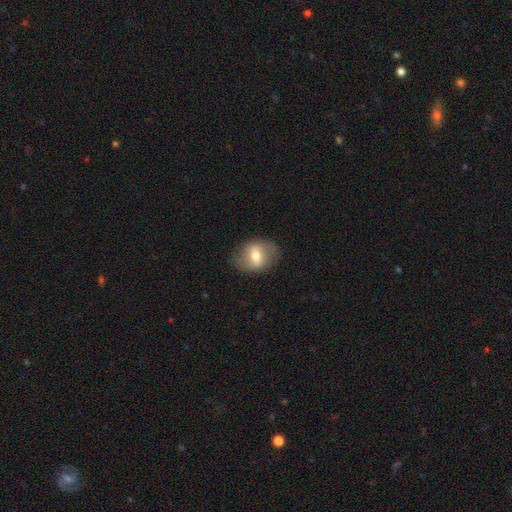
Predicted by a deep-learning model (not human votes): Smooth or featured? Predicted: smooth (p=0.50). Merging? Predicted: none (p=0.79).